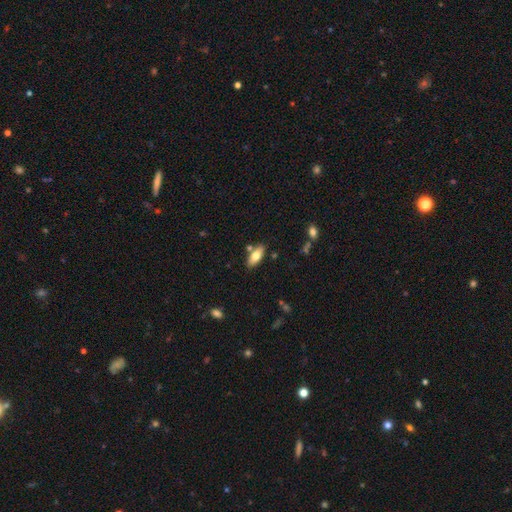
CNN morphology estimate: type=smooth (72%); roundness=in between (81%); merging=none (78%).